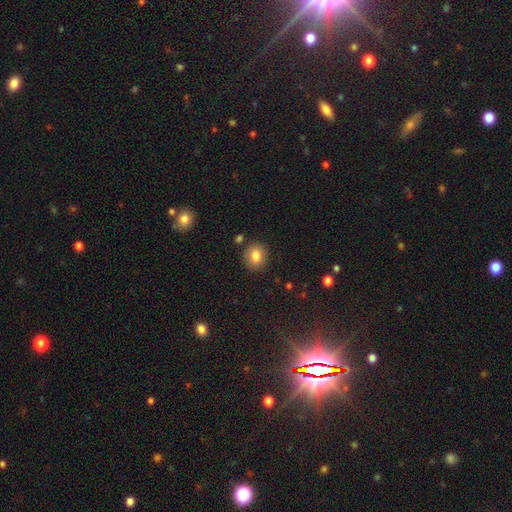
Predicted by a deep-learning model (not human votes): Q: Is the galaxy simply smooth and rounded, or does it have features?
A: smooth — 82%.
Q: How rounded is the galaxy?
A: round — 73%.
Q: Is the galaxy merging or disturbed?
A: none — 85%.